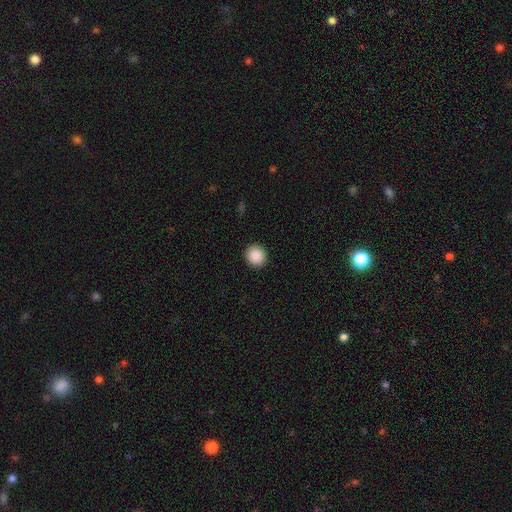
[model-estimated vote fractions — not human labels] Smooth or featured?
  - smooth: 89% *
  - star or artifact: 8%
  - featured or disk: 3%
How rounded?
  - round: 89% *
  - in between: 10%
  - cigar-shaped: 1%
Merging?
  - none: 92% *
  - minor disturbance: 5%
  - major disturbance: 2%
  - merger: 1%